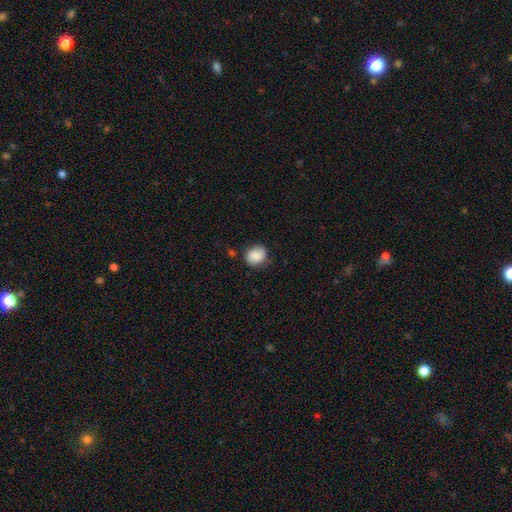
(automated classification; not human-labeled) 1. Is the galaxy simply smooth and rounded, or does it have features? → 85% smooth, 8% star or artifact, 7% featured or disk.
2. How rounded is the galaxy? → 61% round, 38% in between, 1% cigar-shaped.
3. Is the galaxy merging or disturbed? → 72% none, 21% minor disturbance, 4% major disturbance, 2% merger.